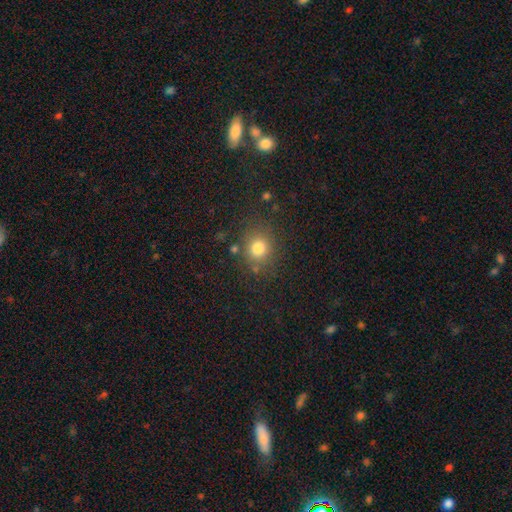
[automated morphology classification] Smooth or featured? smooth (59%)
How rounded? round (85%)
Merging? none (84%)